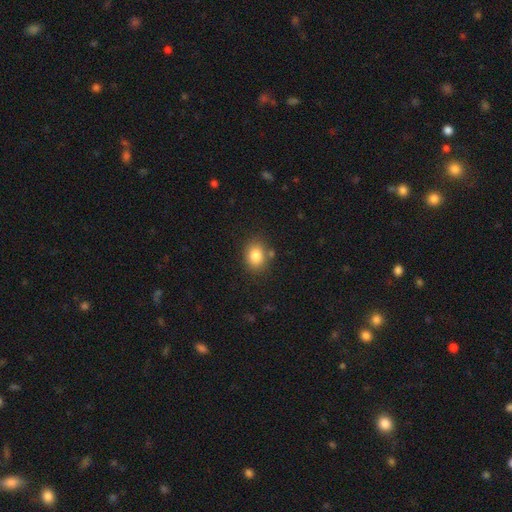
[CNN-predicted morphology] This is clearly a smooth galaxy (83%). How rounded: possibly in between (54%). Merging: likely none (79%).